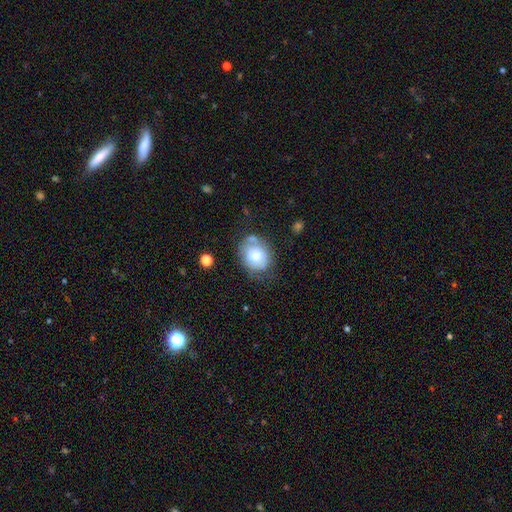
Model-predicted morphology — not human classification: smooth_or_featured: smooth (p=0.68) [alt: featured or disk p=0.24]
how_rounded: round (p=0.58) [alt: in between p=0.41]
merging: none (p=0.55) [alt: minor disturbance p=0.25]